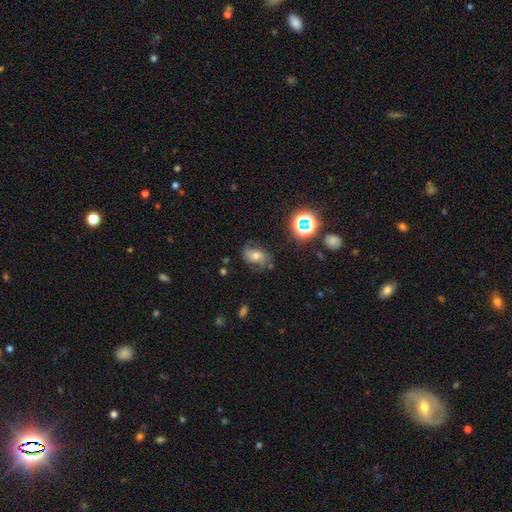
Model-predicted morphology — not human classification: This appears to be a featured or disk galaxy (47%). Merging: none (62%).